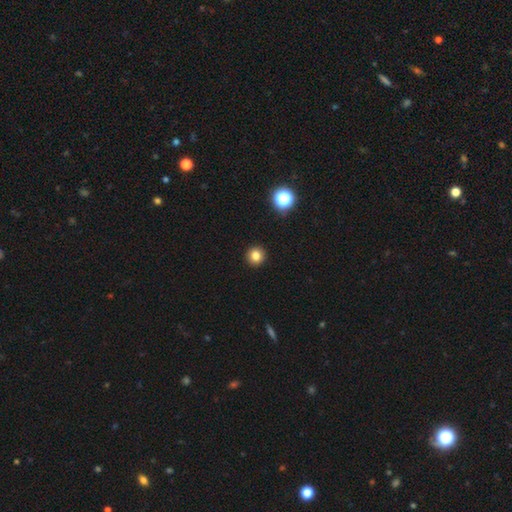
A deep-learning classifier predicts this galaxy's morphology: A smooth galaxy with no disk features (81%) that is round (94%).

Vote fractions:
- Smooth or featured? smooth: 81% / star or artifact: 14% / featured or disk: 6%
- How rounded? round: 94% / in between: 5% / cigar-shaped: 1%
- Merging? none: 93% / minor disturbance: 4% / major disturbance: 2% / merger: 1%